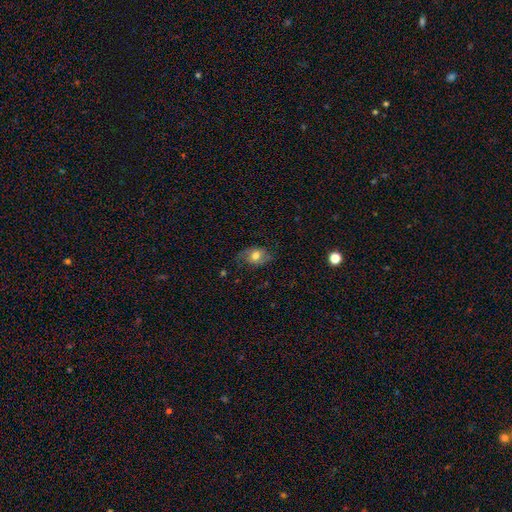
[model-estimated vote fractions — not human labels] Smooth or featured? smooth (62%)
How rounded? in between (73%)
Merging? none (69%)